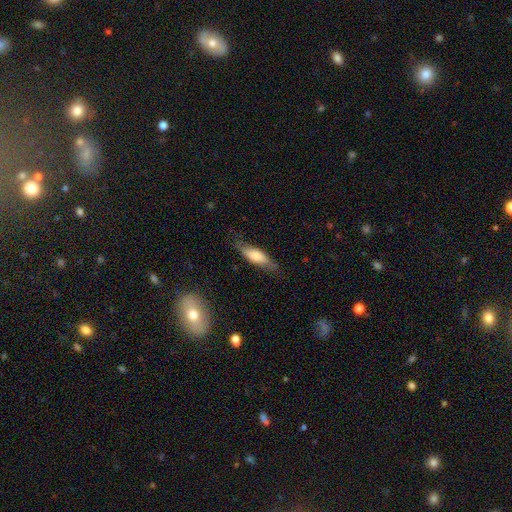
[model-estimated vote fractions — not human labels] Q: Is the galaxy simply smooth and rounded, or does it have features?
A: smooth — 66%.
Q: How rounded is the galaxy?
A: cigar-shaped — 49%, tied with in between.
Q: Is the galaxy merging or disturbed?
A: none — 76%.